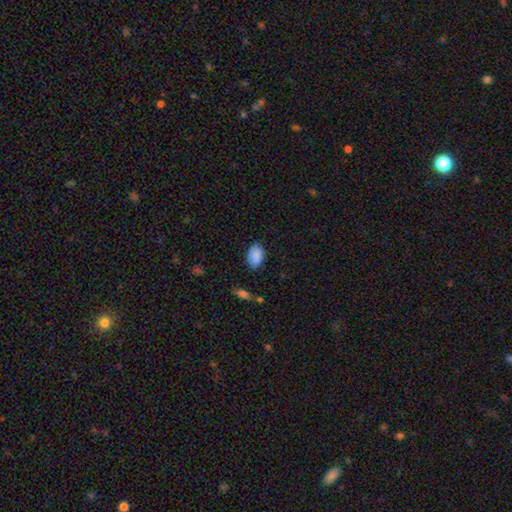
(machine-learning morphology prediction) smooth 89%, star or artifact 7%, featured or disk 4%. Down the decision tree: how rounded — in between (89%); merging — none (82%).